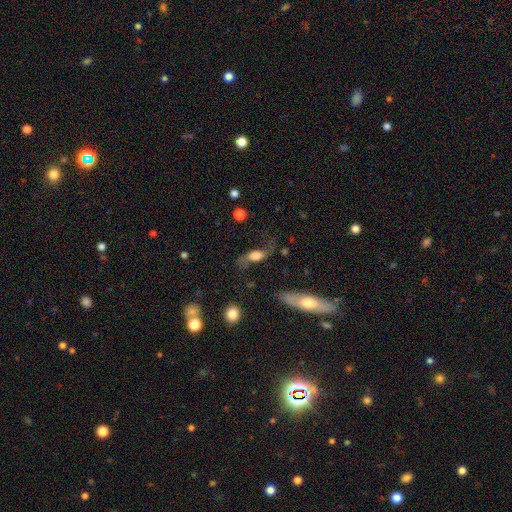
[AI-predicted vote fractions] Smooth or featured? featured or disk (60%)
Edge-on disk? no (79%)
Merging? none (56%)